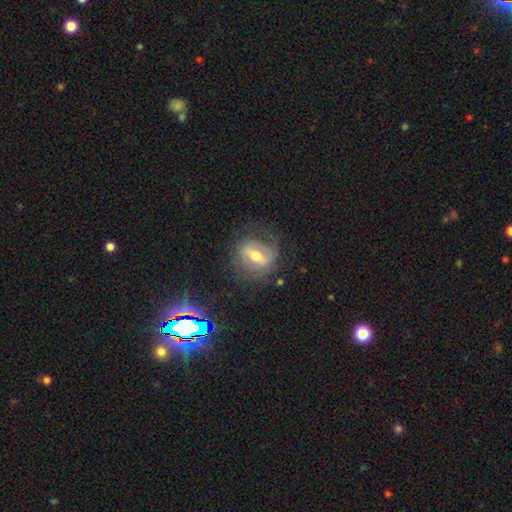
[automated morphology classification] Overall: featured or disk (60%; smooth 26%). Edge-on disk: no (86%). Bar: strong (54%; weak 32%). Spiral arms: yes (65%; no 35%). Bulge size: moderate (67%). Merging: none (66%).